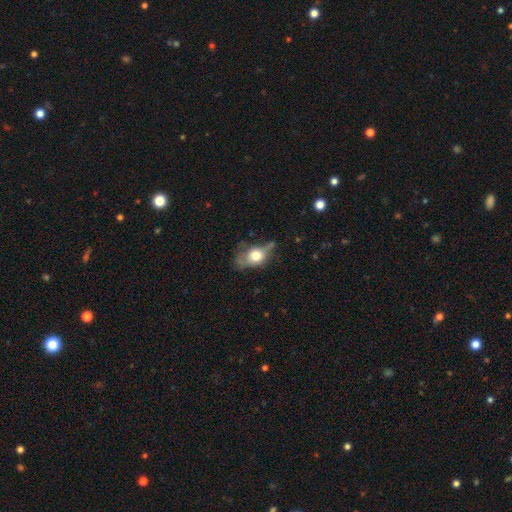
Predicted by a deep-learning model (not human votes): smooth_or_featured: smooth (p=0.60) [alt: featured or disk p=0.31]
how_rounded: in between (p=0.65) [alt: round p=0.31]
merging: minor disturbance (p=0.34) [tied with: none p=0.34]